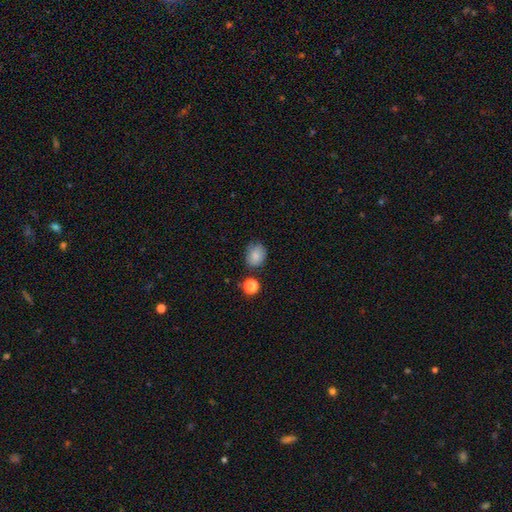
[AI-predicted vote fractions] smooth_or_featured: smooth (p=0.83) [alt: star or artifact p=0.10]
how_rounded: round (p=0.51) [alt: in between p=0.48]
merging: none (p=0.72) [alt: minor disturbance p=0.19]